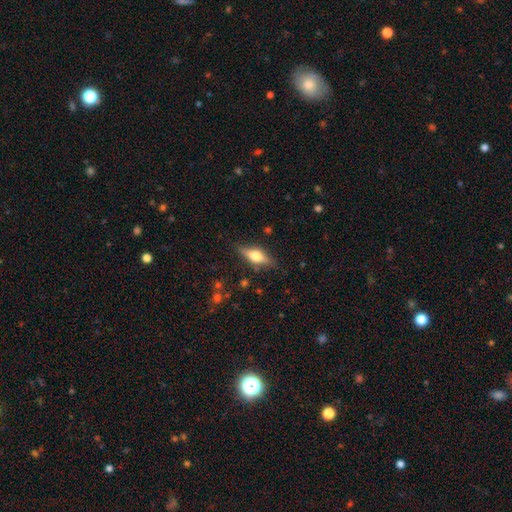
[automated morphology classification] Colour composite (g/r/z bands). It shows a featured or disk galaxy (52%) viewed edge-on (91%). Merging: none (82%).